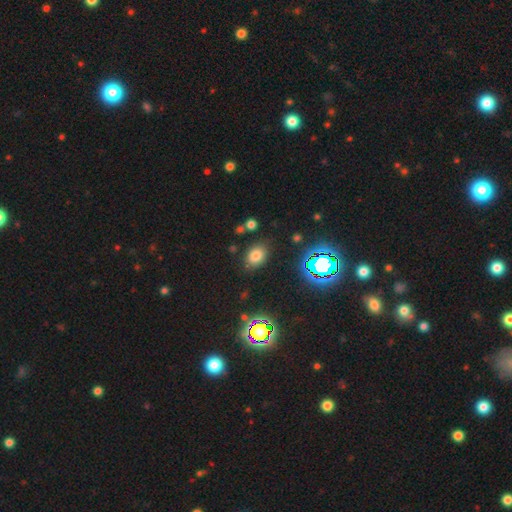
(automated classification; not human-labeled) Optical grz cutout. It shows a smooth galaxy with no disk features (71%) that is in between round and cigar-shaped (71%). Merging: none (81%).